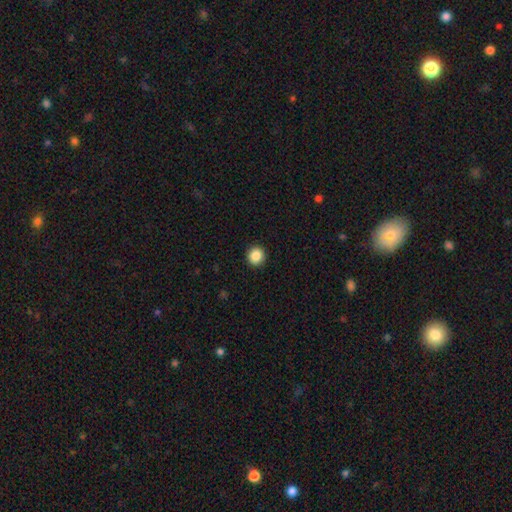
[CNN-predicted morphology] smooth 88%, star or artifact 9%, featured or disk 3%. Down the decision tree: how rounded — round (93%); merging — none (93%).